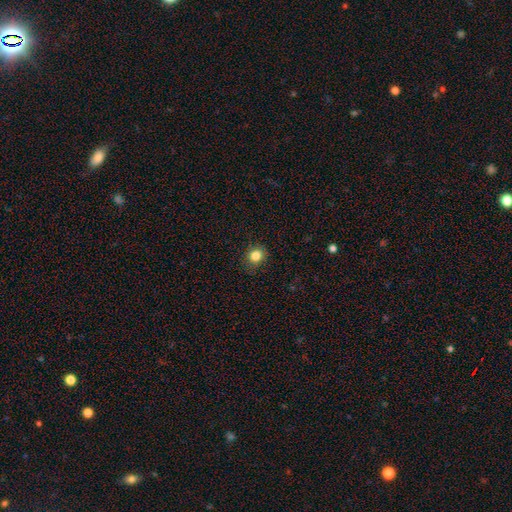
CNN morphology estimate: Smooth or featured: smooth — 84% (star or artifact — 11%)
How rounded: round — 76% (in between — 23%)
Merging: none — 86% (minor disturbance — 10%)